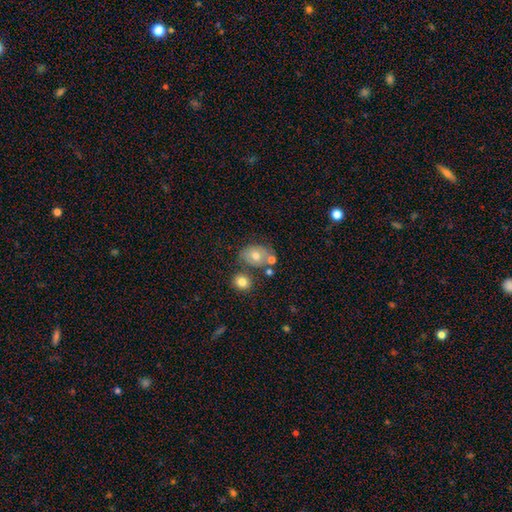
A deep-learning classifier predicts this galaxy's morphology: smooth 67%, featured or disk 23%, star or artifact 10%. Down the decision tree: how rounded — in between (58%); merging — none (55%).